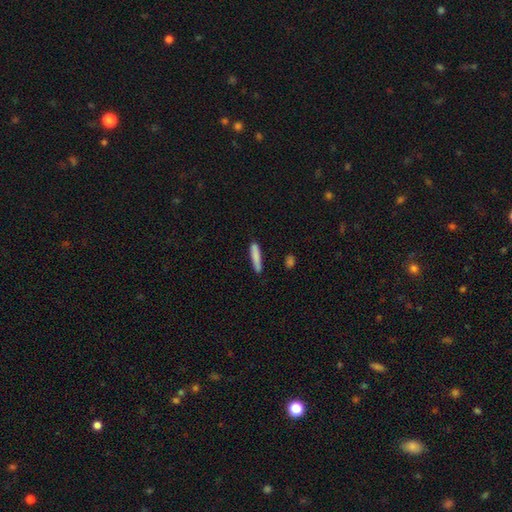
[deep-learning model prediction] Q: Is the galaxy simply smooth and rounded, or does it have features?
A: smooth — 83%.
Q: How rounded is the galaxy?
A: cigar-shaped — 91%.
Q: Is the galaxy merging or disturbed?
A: none — 83%.